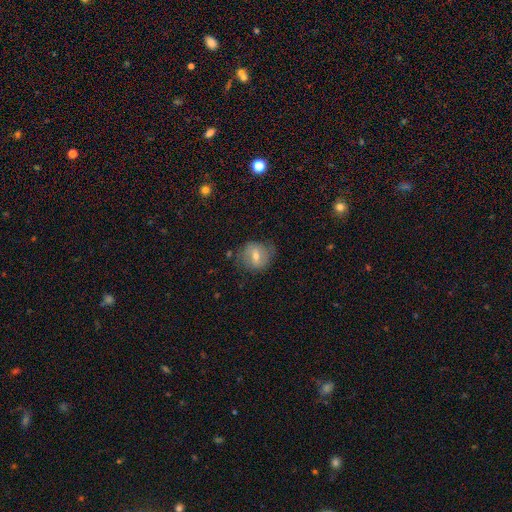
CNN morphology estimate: Smooth or featured: smooth — 49% (featured or disk — 43%)
Merging: none — 66% (minor disturbance — 23%)